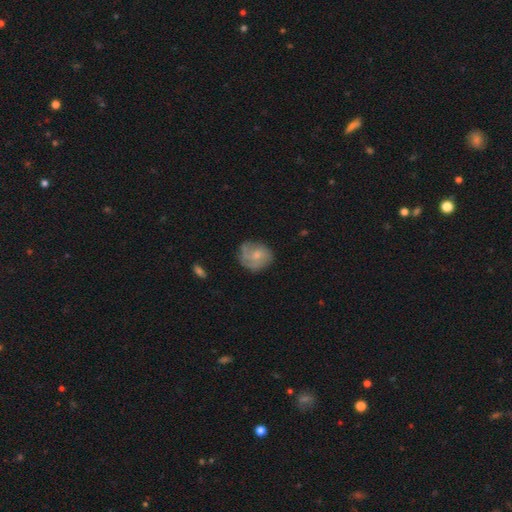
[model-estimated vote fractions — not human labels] This appears to be a featured or disk galaxy (47%). Merging: none (60%).